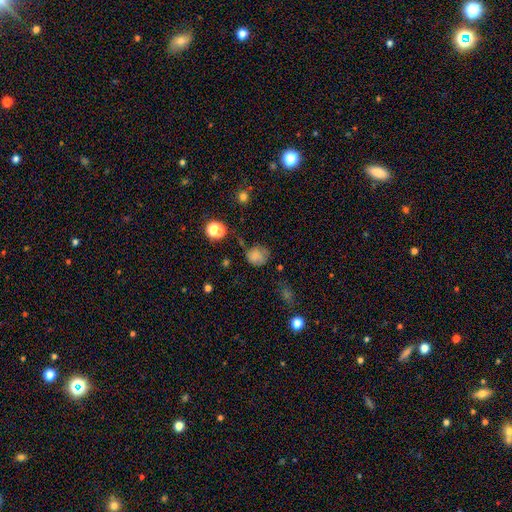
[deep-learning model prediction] smooth 73%, star or artifact 14%, featured or disk 13%. Down the decision tree: how rounded — round (71%); merging — none (55%).